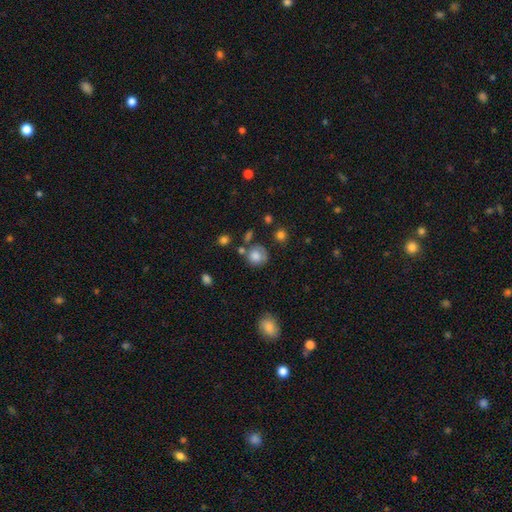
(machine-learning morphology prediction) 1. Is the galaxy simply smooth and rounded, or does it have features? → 77% smooth, 12% featured or disk, 11% star or artifact.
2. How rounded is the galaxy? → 83% round, 17% in between, 1% cigar-shaped.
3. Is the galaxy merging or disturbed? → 58% none, 22% minor disturbance, 11% merger, 10% major disturbance.